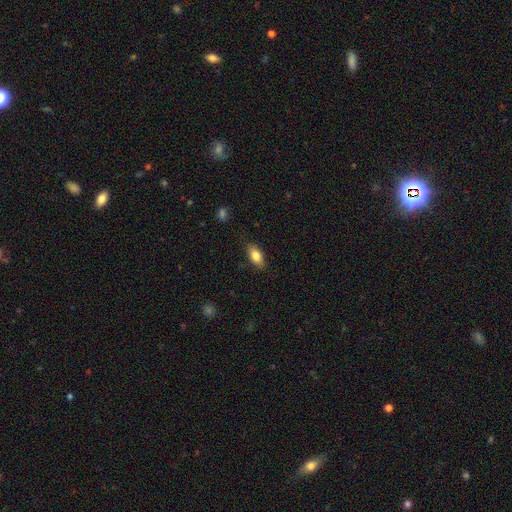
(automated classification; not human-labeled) Smooth or featured? Predicted: smooth (p=0.81). How rounded? Predicted: in between (p=0.86). Merging? Predicted: none (p=0.85).